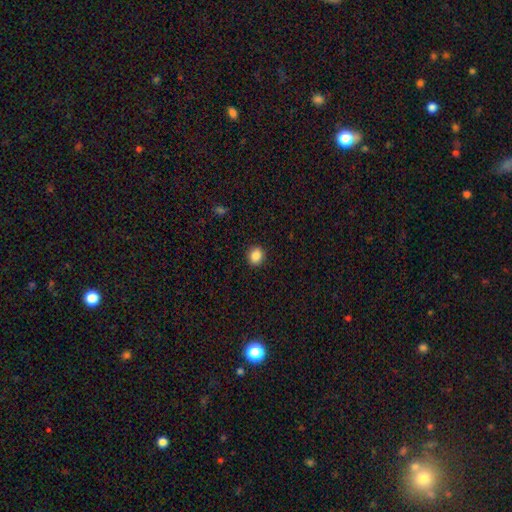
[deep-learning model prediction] Overall: smooth (87%). How rounded: round (71%). Merging: none (91%).